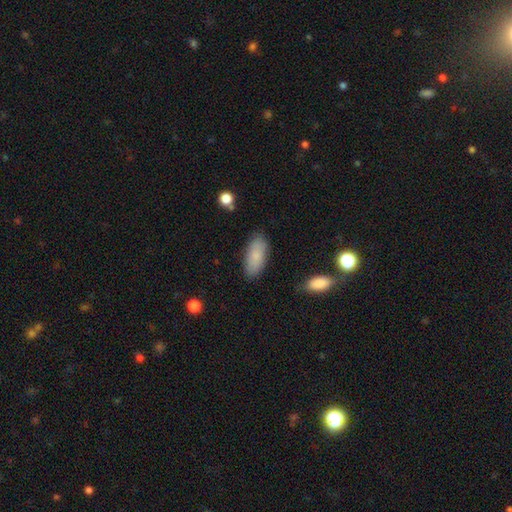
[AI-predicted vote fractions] This appears to be a smooth galaxy with no disk features (84%) that is in between round and cigar-shaped (86%). Merging: none (85%).